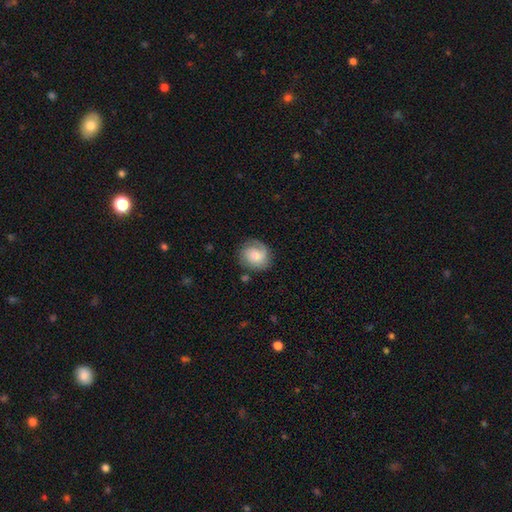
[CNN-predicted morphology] Smooth or featured?
  - smooth: 62% *
  - featured or disk: 31%
  - star or artifact: 7%
How rounded?
  - round: 76% *
  - in between: 23%
  - cigar-shaped: 1%
Merging?
  - none: 70% *
  - minor disturbance: 20%
  - major disturbance: 8%
  - merger: 3%